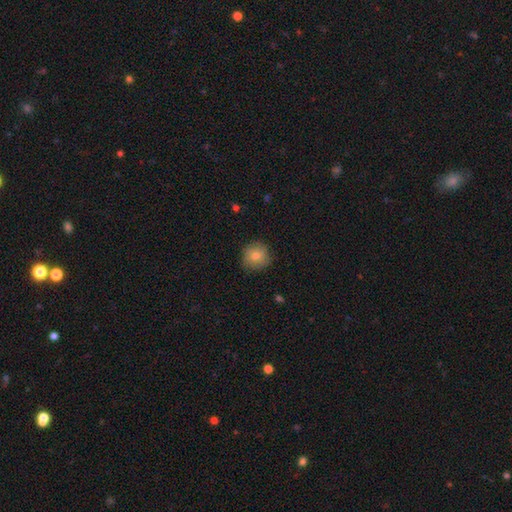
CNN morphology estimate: A smooth galaxy with no disk features (76%) that is round (92%).

Vote fractions:
- Smooth or featured? smooth: 76% / featured or disk: 15% / star or artifact: 9%
- How rounded? round: 92% / in between: 7% / cigar-shaped: 1%
- Merging? none: 82% / minor disturbance: 15% / major disturbance: 3% / merger: 1%